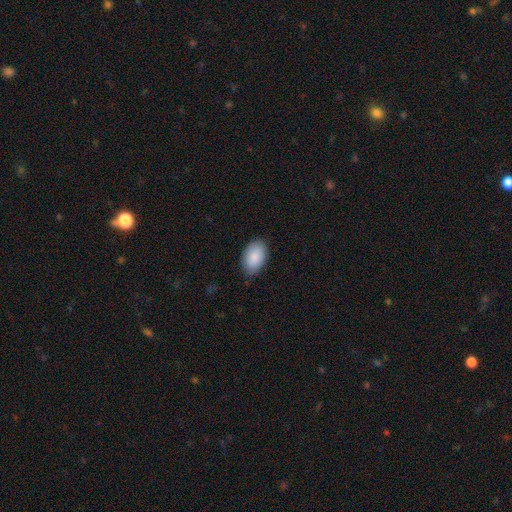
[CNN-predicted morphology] smooth 88%, featured or disk 6%, star or artifact 6%. Down the decision tree: how rounded — in between (93%); merging — none (80%).